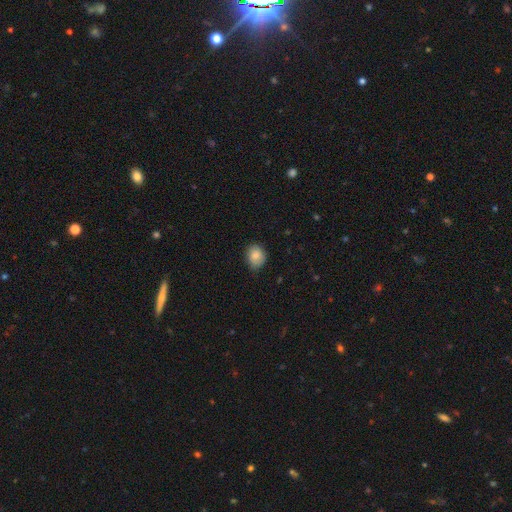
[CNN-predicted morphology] type=smooth (84%); roundness=round (57%); merging=none (75%).